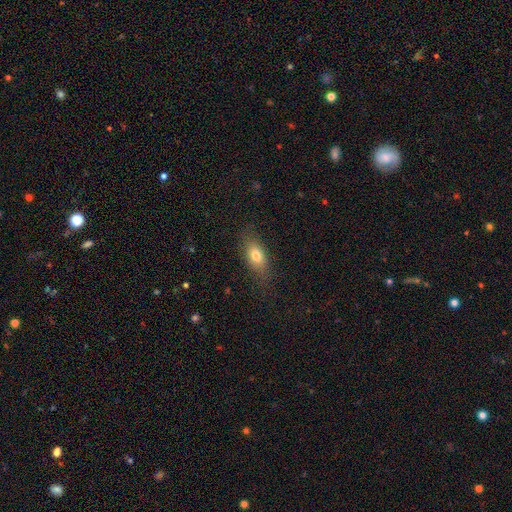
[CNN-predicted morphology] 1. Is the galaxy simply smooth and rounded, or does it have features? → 76% smooth, 16% featured or disk, 8% star or artifact.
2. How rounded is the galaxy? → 81% in between, 12% cigar-shaped, 6% round.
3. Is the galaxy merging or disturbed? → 79% none, 15% minor disturbance, 5% major disturbance, 1% merger.